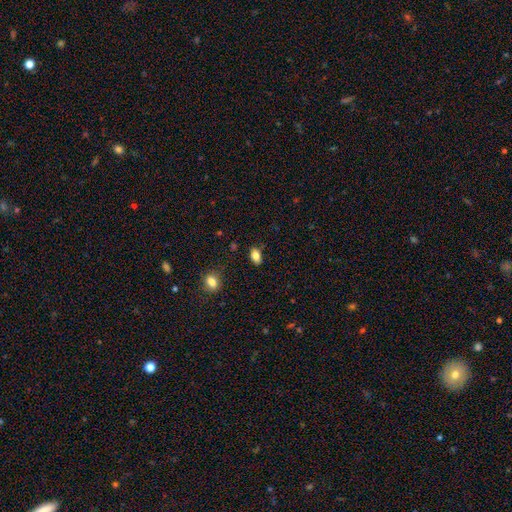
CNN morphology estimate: The model was most divided on "smooth or featured": smooth: 82%, star or artifact: 9%, featured or disk: 9%. More confident: how rounded — in between (88%); merging — none (85%).